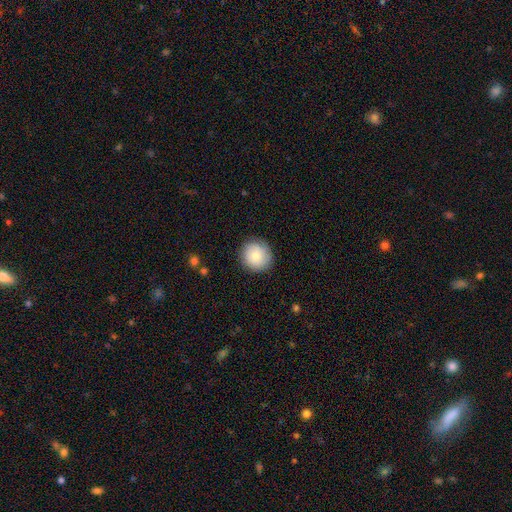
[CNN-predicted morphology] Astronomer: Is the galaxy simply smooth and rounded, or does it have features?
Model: smooth — 79%.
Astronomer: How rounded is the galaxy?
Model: round — 92%.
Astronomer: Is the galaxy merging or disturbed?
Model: none — 85%.